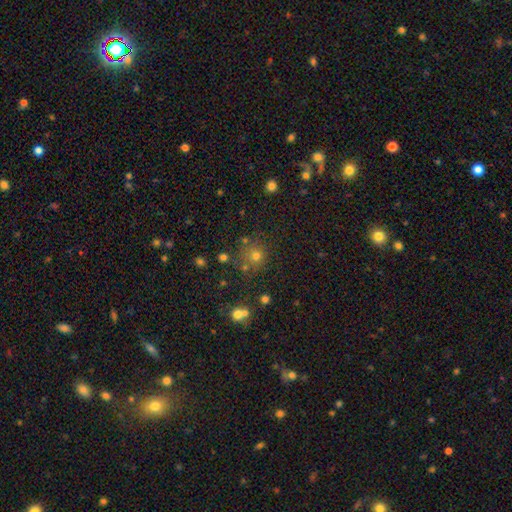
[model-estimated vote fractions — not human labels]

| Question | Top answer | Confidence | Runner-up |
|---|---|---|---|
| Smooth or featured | smooth | 64% | star or artifact (27%) |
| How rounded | round | 91% | in between (8%) |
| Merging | none | 76% | minor disturbance (10%) |